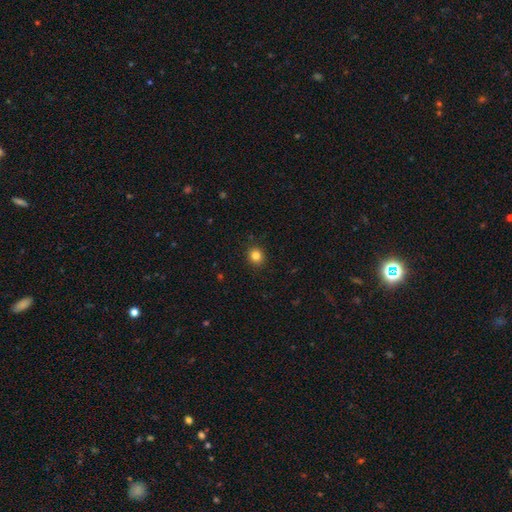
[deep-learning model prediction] Smooth or featured? Predicted: smooth (p=0.83). How rounded? Predicted: round (p=0.87). Merging? Predicted: none (p=0.91).